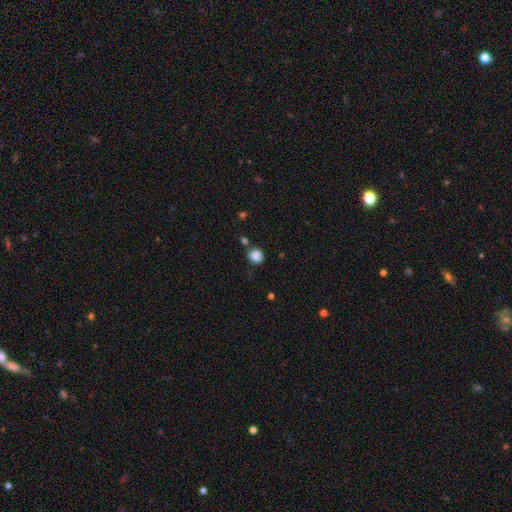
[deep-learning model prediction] Smooth or featured: smooth — 87% (star or artifact — 10%)
How rounded: round — 85% (in between — 14%)
Merging: none — 80% (minor disturbance — 11%)